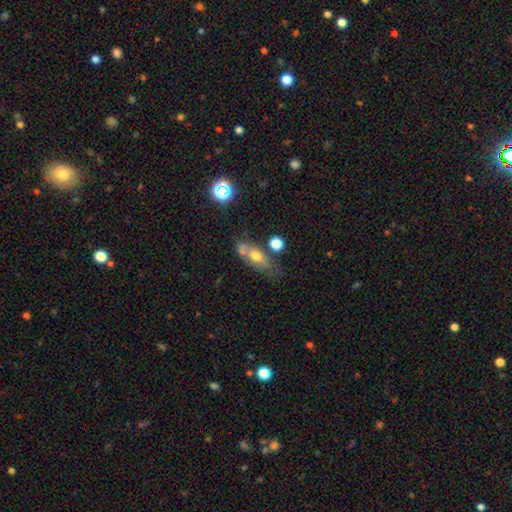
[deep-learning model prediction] A smooth galaxy with no disk features (60%) that is in between round and cigar-shaped (74%).

Vote fractions:
- Smooth or featured? smooth: 60% / featured or disk: 29% / star or artifact: 10%
- How rounded? in between: 74% / cigar-shaped: 14% / round: 12%
- Merging? none: 43% / merger: 24% / minor disturbance: 22% / major disturbance: 11%